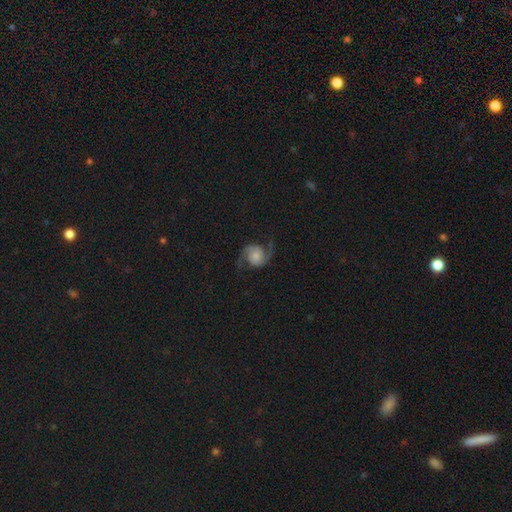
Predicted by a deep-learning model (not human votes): This appears to be a featured or disk galaxy (85%) with no bar (71%), 2 (94%) loose (46%) spiral arms (98%) and a small central bulge (39%). Merging: none (77%).